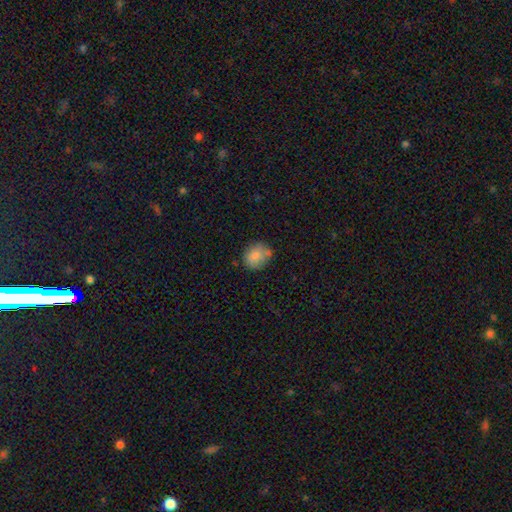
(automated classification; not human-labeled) This is clearly a smooth galaxy (83%). How rounded: likely round (64%). Merging: likely none (65%).